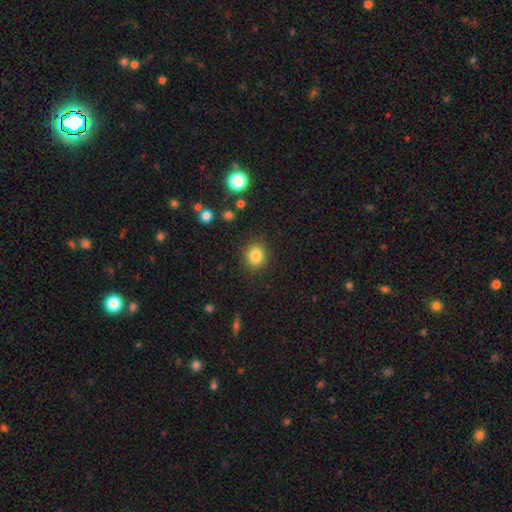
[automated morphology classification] Smooth or featured: smooth — 84% (star or artifact — 11%)
How rounded: round — 78% (in between — 21%)
Merging: none — 88% (minor disturbance — 8%)